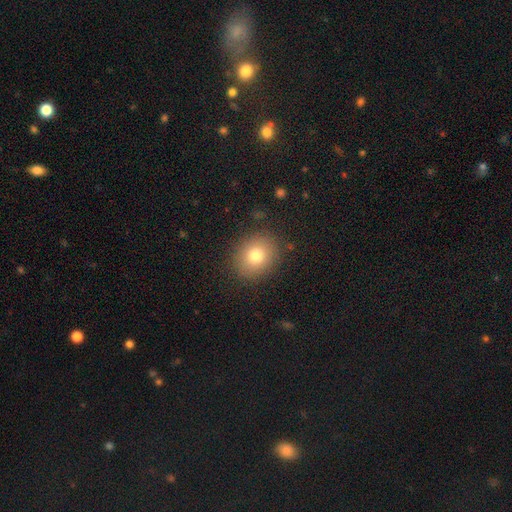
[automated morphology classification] Smooth or featured: smooth — 78% (star or artifact — 12%)
How rounded: round — 70% (in between — 29%)
Merging: none — 87% (minor disturbance — 9%)